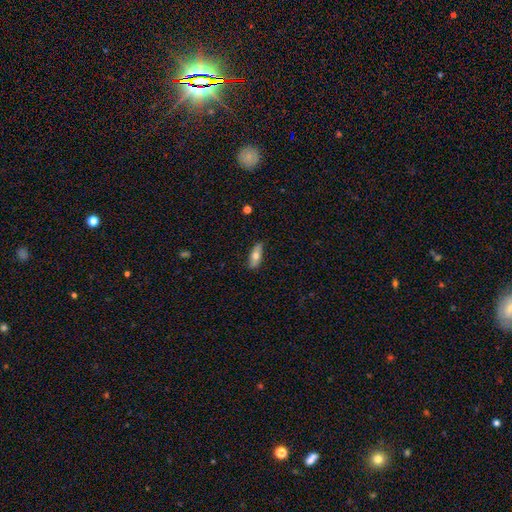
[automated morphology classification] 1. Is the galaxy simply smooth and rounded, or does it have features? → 67% smooth, 27% featured or disk, 6% star or artifact.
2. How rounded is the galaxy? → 70% in between, 27% cigar-shaped, 3% round.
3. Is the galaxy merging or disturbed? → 82% none, 15% minor disturbance, 2% major disturbance, 1% merger.